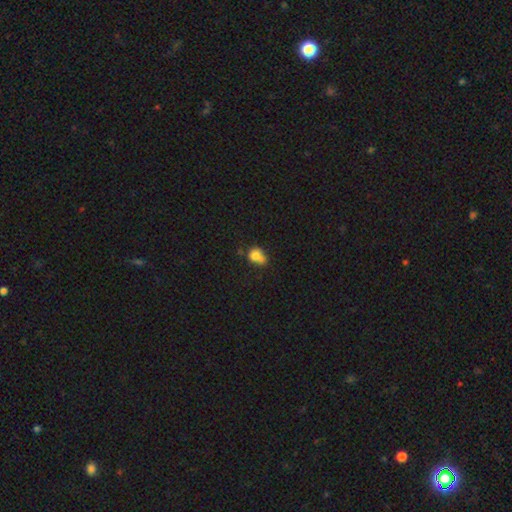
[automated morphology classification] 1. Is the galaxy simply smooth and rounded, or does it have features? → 74% smooth, 14% featured or disk, 11% star or artifact.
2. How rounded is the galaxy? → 55% round, 44% in between, 1% cigar-shaped.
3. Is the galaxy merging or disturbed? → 42% merger, 31% none, 18% minor disturbance, 8% major disturbance.